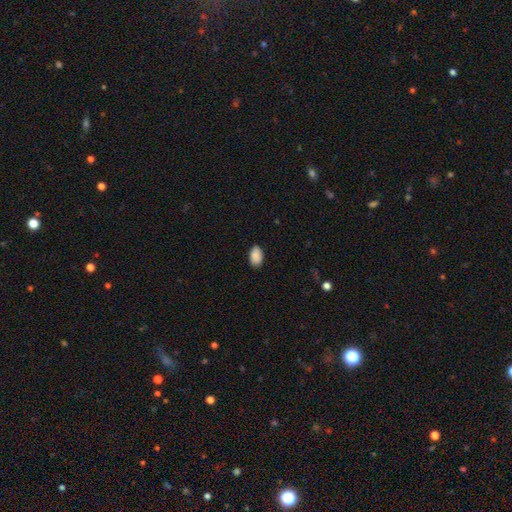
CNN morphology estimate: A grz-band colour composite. It shows a smooth galaxy with no disk features (90%) that is in between round and cigar-shaped (91%). Merging: none (86%).